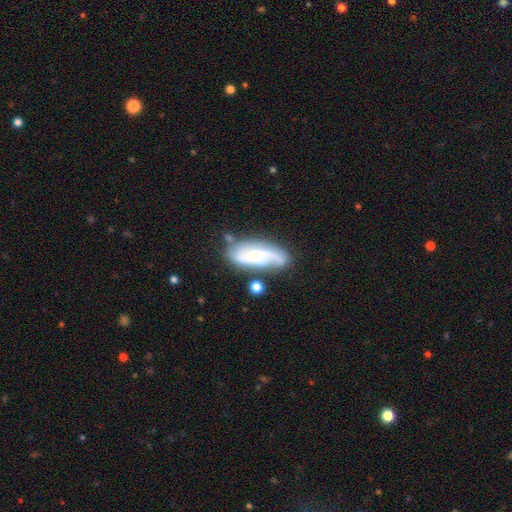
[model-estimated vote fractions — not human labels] The model was most divided on "bulge size": moderate: 45%, small: 39%, large: 8%, none: 6%, dominant: 2%. Remaining: spiral arms — yes (92%); edge-on disk — no (90%); smooth or featured — featured or disk (70%); spiral arm count — 2 (69%); merging — none (62%); bar — no (50%); spiral winding — medium (43%).